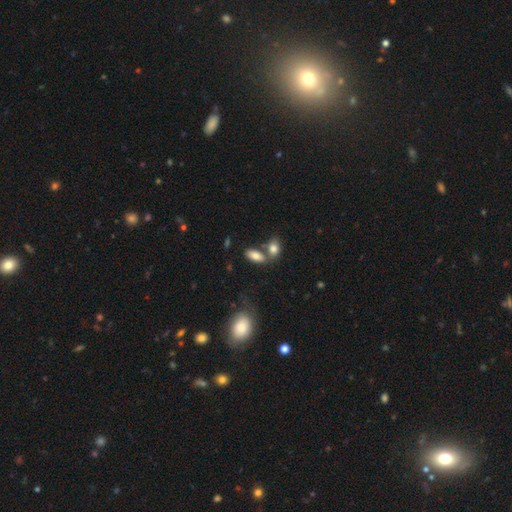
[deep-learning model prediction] Morphology: type=smooth (81%); roundness=in between (86%); merging=none (52%).